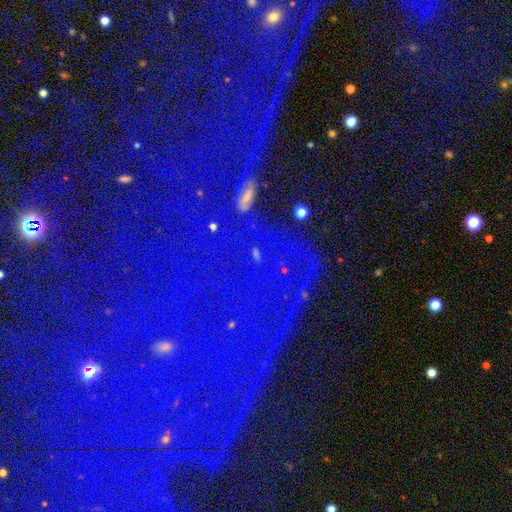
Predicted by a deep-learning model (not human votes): star or artifact 83%, featured or disk 8%, smooth 8%.